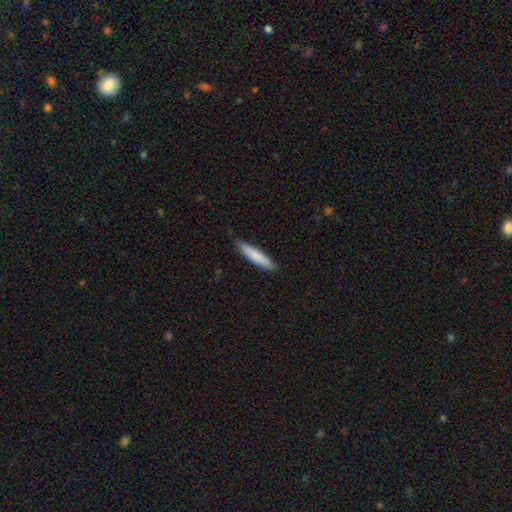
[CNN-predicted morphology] Q: Smooth or featured?
A: smooth (82%); runner-up: featured or disk (13%)
Q: How rounded?
A: cigar-shaped (89%); runner-up: in between (10%)
Q: Merging?
A: none (86%); runner-up: minor disturbance (11%)